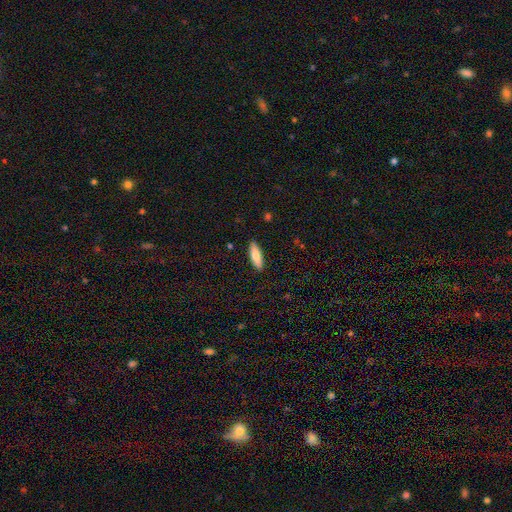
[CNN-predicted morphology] smooth 77%, featured or disk 18%, star or artifact 6%. Down the decision tree: how rounded — in between (53%); merging — none (89%).